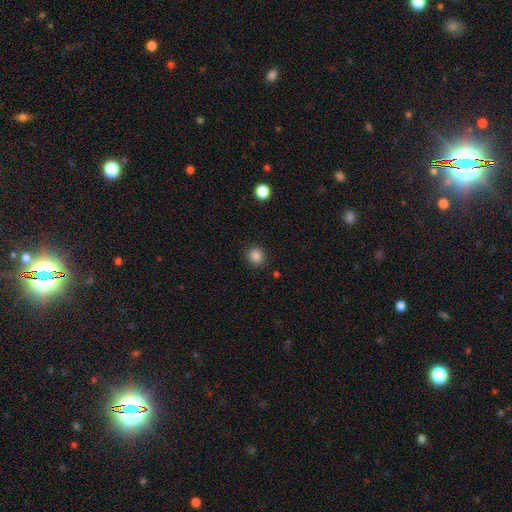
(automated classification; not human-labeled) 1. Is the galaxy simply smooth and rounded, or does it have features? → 86% smooth, 11% star or artifact, 3% featured or disk.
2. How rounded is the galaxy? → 85% round, 14% in between, 1% cigar-shaped.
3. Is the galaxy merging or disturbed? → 90% none, 7% minor disturbance, 2% major disturbance, 1% merger.